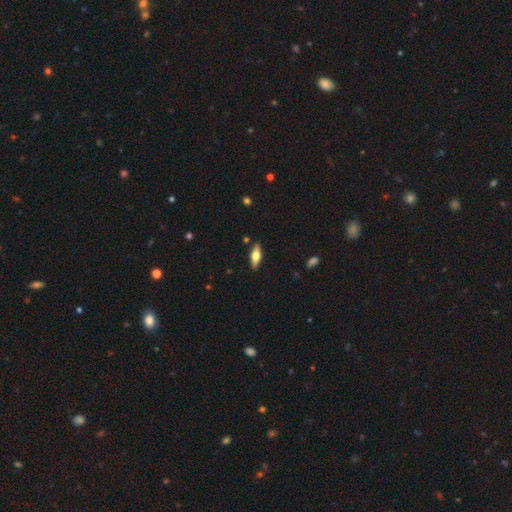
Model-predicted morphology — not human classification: smooth_or_featured: smooth (p=0.47) [alt: featured or disk p=0.46]
merging: none (p=0.88) [alt: minor disturbance p=0.08]